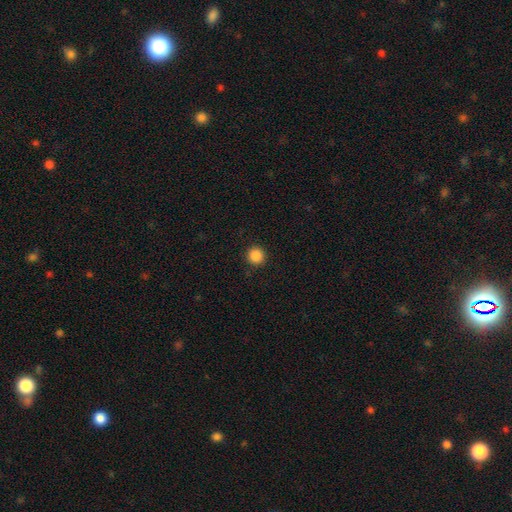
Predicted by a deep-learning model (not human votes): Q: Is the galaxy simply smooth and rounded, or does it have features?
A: smooth — 87%.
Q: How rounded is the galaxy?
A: round — 95%.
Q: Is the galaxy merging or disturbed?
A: none — 92%.